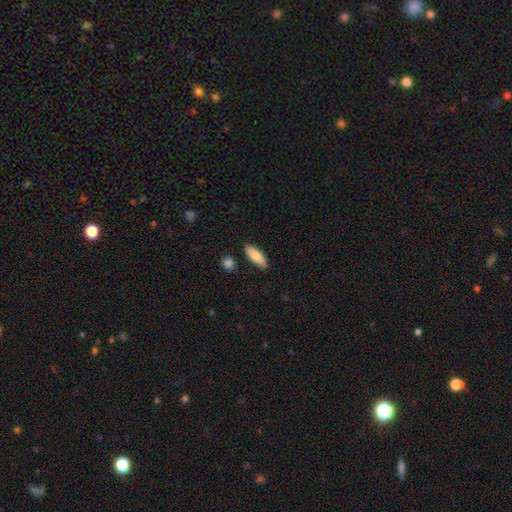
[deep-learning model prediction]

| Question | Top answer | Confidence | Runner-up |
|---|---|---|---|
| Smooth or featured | smooth | 81% | featured or disk (13%) |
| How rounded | in between | 65% | cigar-shaped (32%) |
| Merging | none | 86% | minor disturbance (10%) |